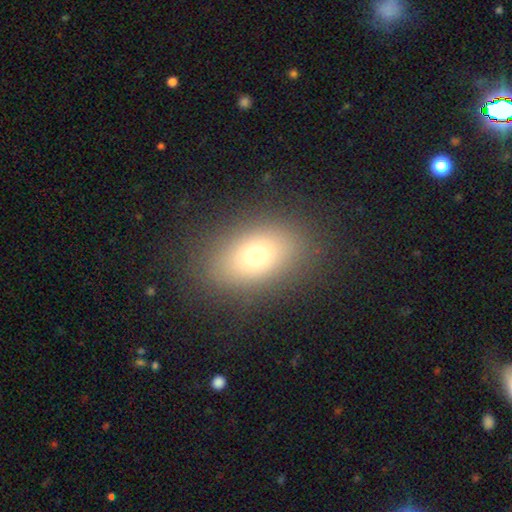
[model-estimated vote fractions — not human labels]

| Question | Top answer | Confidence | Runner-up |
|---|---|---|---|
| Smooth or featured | smooth | 72% | featured or disk (14%) |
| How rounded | in between | 81% | round (17%) |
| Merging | none | 85% | minor disturbance (10%) |